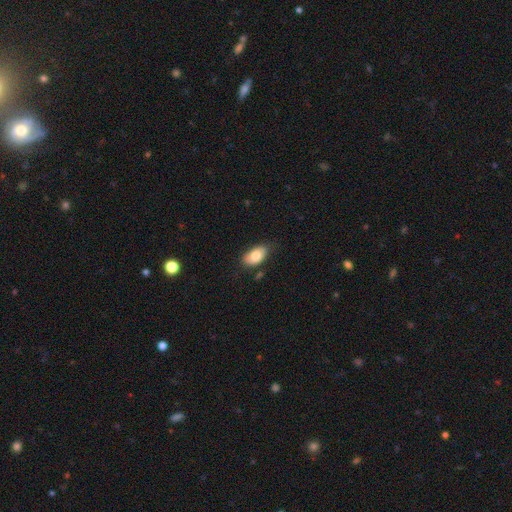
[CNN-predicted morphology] Smooth or featured? smooth (79%)
How rounded? in between (93%)
Merging? none (72%)